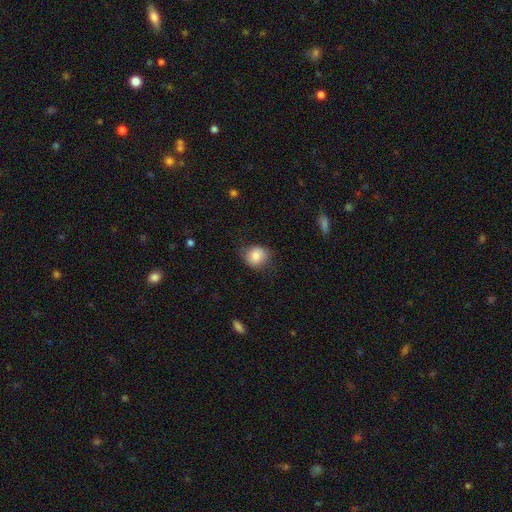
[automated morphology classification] A smooth galaxy with no disk features (82%) that is round (74%). Merging: none (71%).